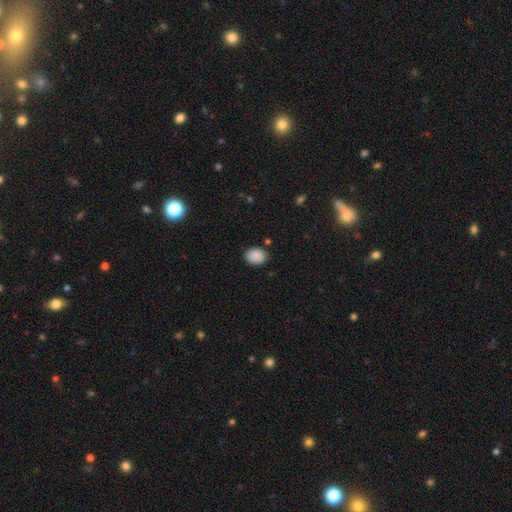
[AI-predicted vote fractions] The model was most divided on "how rounded": in between: 55%, round: 44%, cigar-shaped: 1%. More confident: smooth or featured — smooth (89%); merging — none (84%).